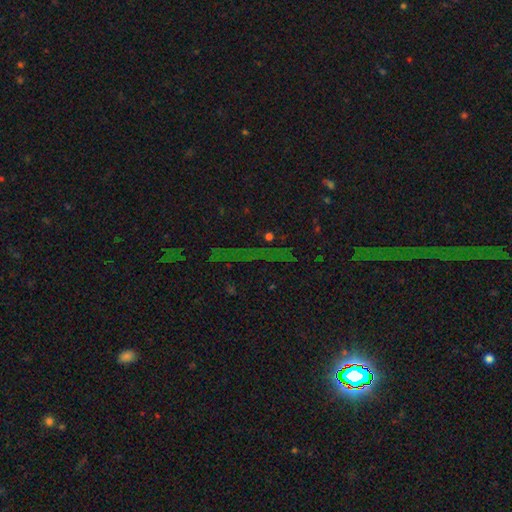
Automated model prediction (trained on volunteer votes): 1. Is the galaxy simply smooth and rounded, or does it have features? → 79% star or artifact, 13% smooth, 9% featured or disk.